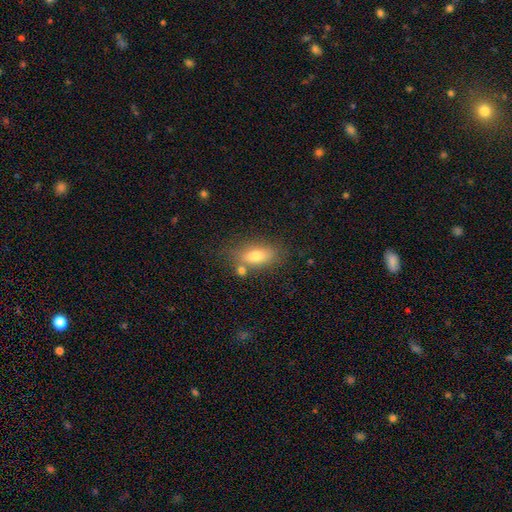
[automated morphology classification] smooth-or-featured: smooth: 71% | featured or disk: 18% | star or artifact: 11%
  how-rounded: in between: 81% | cigar-shaped: 12% | round: 7%
  merging: none: 72% | minor disturbance: 14% | merger: 10% | major disturbance: 4%